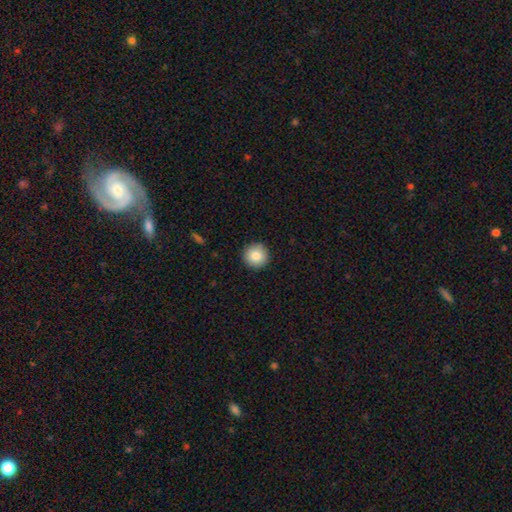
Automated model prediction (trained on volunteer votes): Smooth or featured: smooth — 85% (star or artifact — 8%)
How rounded: round — 96% (in between — 3%)
Merging: none — 92% (minor disturbance — 5%)